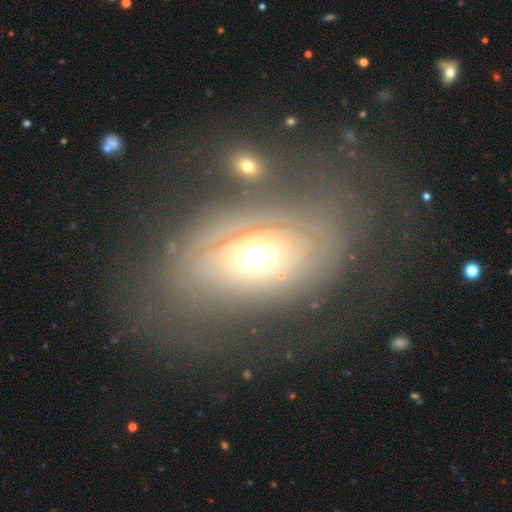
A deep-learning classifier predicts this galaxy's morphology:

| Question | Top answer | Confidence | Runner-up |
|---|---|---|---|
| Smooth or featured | featured or disk | 75% | smooth (18%) |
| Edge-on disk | no | 91% | yes (9%) |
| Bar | no | 86% | weak (10%) |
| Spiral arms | yes | 63% | no (37%) |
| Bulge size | moderate | 65% | large (20%) |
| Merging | none | 60% | minor disturbance (19%) |